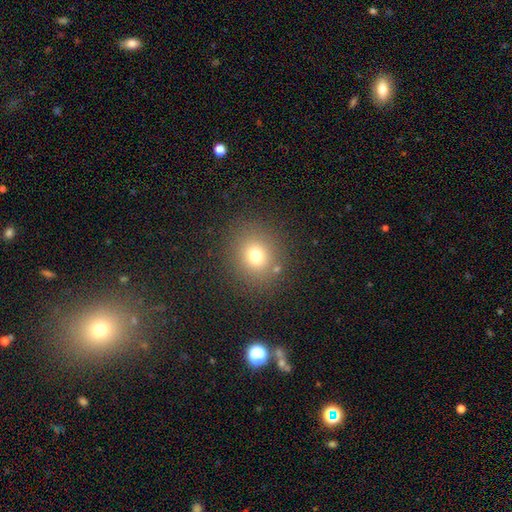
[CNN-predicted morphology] Smooth or featured: smooth — 72% (star or artifact — 17%)
How rounded: round — 80% (in between — 20%)
Merging: none — 84% (minor disturbance — 8%)